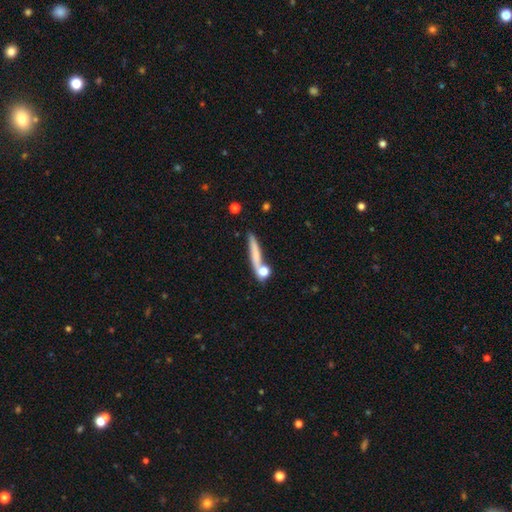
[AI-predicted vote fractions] Overall: smooth (63%; featured or disk 28%). How rounded: cigar-shaped (86%). Merging: none (66%).